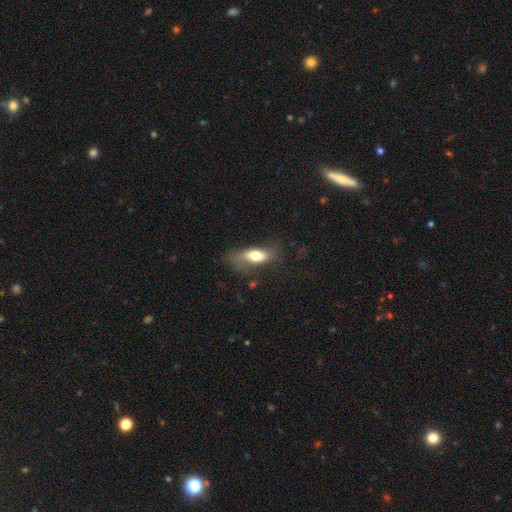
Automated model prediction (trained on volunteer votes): This is likely a smooth galaxy (66%). How rounded: likely in between (70%). Merging: possibly none (52%).